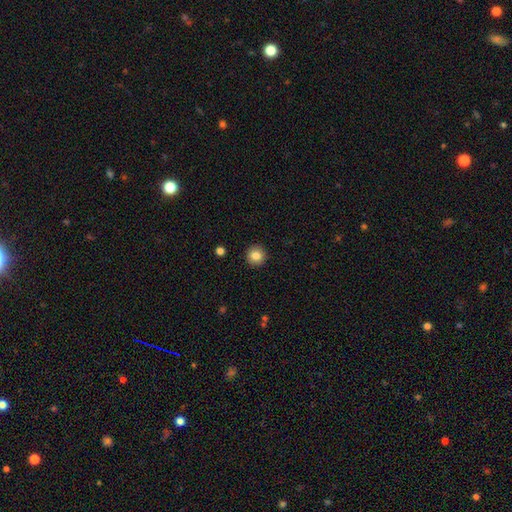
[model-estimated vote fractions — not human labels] The model was most divided on "smooth or featured": smooth: 84%, star or artifact: 10%, featured or disk: 6%. More confident: how rounded — round (94%); merging — none (92%).